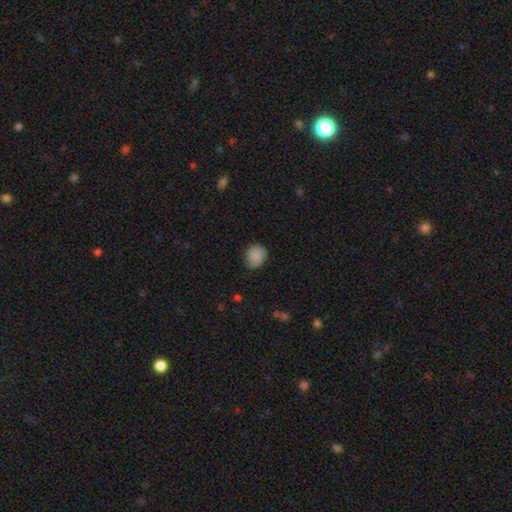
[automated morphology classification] Smooth or featured?
  - smooth: 86% *
  - star or artifact: 8%
  - featured or disk: 6%
How rounded?
  - round: 67% *
  - in between: 32%
  - cigar-shaped: 1%
Merging?
  - none: 74% *
  - minor disturbance: 21%
  - major disturbance: 4%
  - merger: 1%